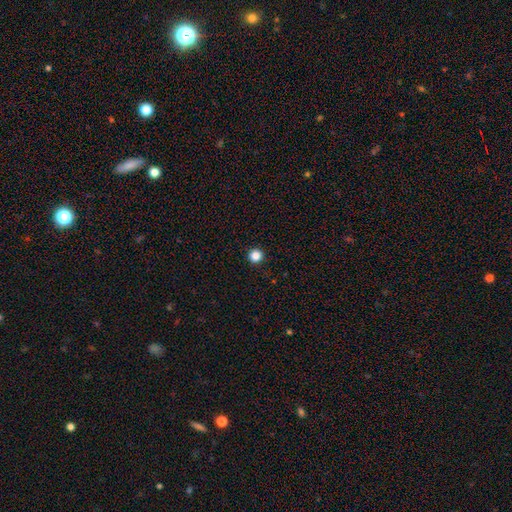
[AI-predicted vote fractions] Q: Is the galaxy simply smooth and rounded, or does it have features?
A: smooth — 85%.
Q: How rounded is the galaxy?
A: round — 96%.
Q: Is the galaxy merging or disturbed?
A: none — 94%.